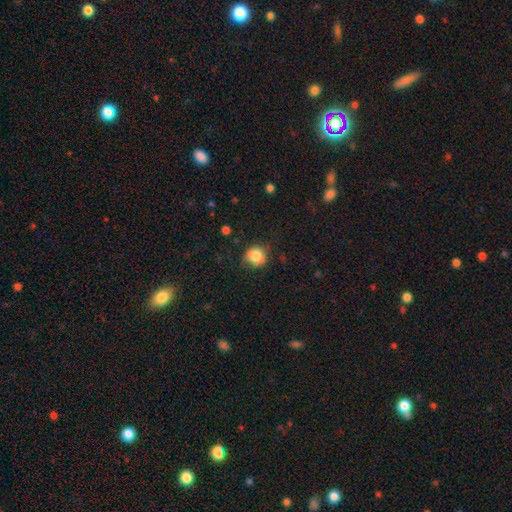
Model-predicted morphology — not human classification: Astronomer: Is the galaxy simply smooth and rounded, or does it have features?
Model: smooth — 83%.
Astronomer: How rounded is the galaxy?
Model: round — 86%.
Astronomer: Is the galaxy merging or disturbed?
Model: none — 73%.